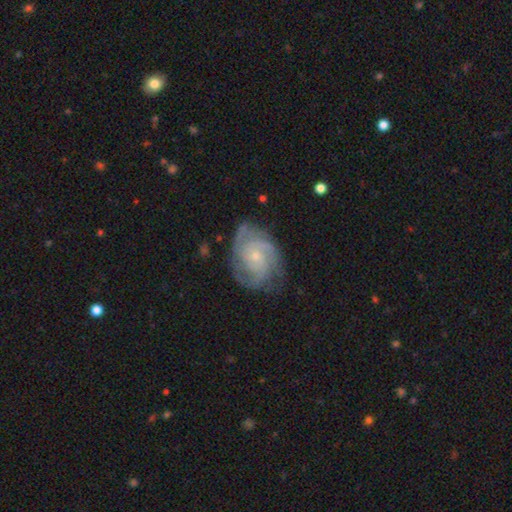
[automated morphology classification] This is clearly a featured or disk galaxy (87%). It is clearly not viewed edge-on (98%). Bar: likely no (72%). Spiral arm pattern: clearly yes (97%). Spiral arm count: marginally 3 (38%). Spiral winding: possibly tight (55%). Central bulge: likely small (74%). Merging: likely none (72%).